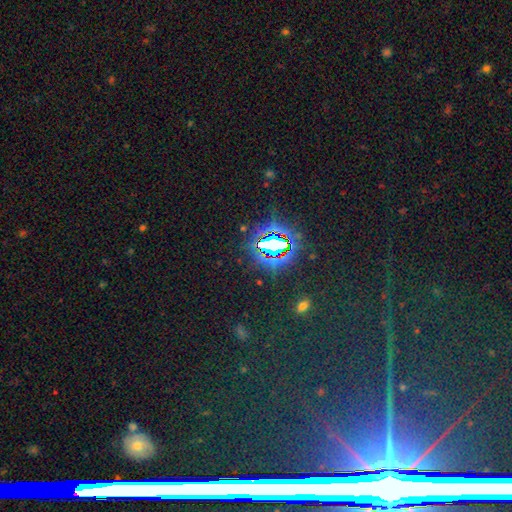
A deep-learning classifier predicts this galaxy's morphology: smooth_or_featured: star or artifact (p=0.79) [alt: smooth p=0.12]